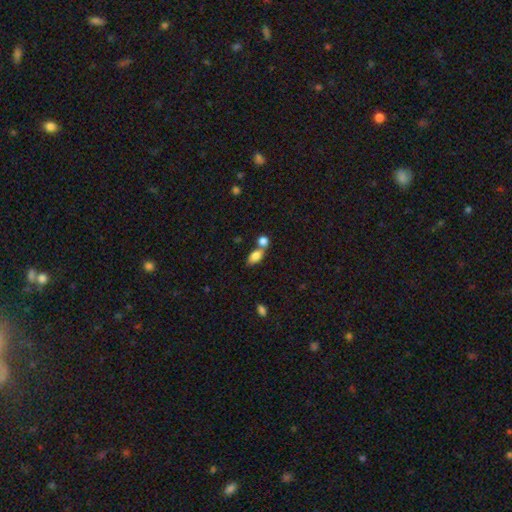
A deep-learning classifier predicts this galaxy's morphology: Q: Smooth or featured?
A: smooth (81%); runner-up: featured or disk (11%)
Q: How rounded?
A: in between (85%); runner-up: round (9%)
Q: Merging?
A: merger (43%); runner-up: none (42%)